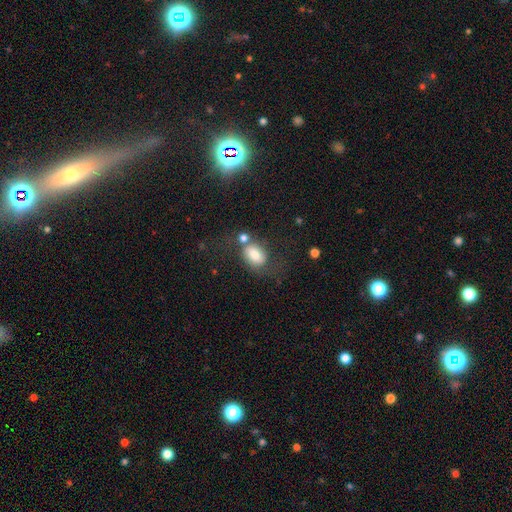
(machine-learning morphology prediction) type=smooth (74%); roundness=in between (76%); merging=none (42%).